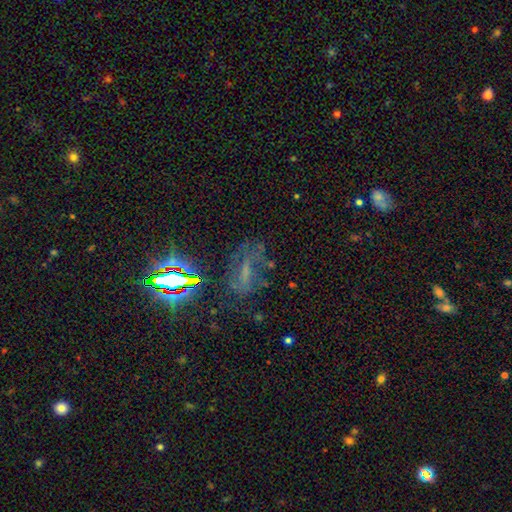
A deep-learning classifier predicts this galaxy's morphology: Smooth or featured? Predicted: star or artifact (p=0.40).